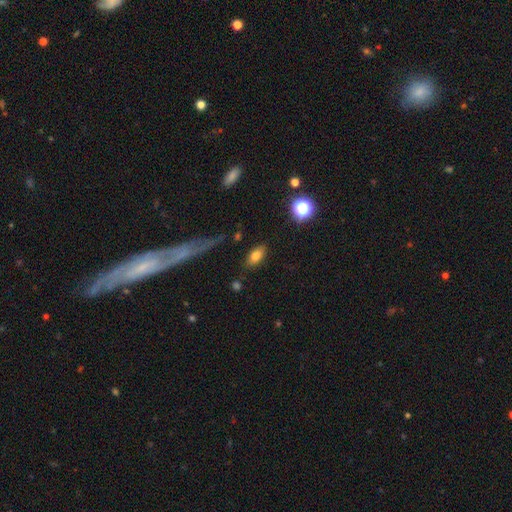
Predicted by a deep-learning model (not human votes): Q: Smooth or featured?
A: smooth (78%); runner-up: featured or disk (12%)
Q: How rounded?
A: in between (89%); runner-up: round (6%)
Q: Merging?
A: none (83%); runner-up: minor disturbance (11%)